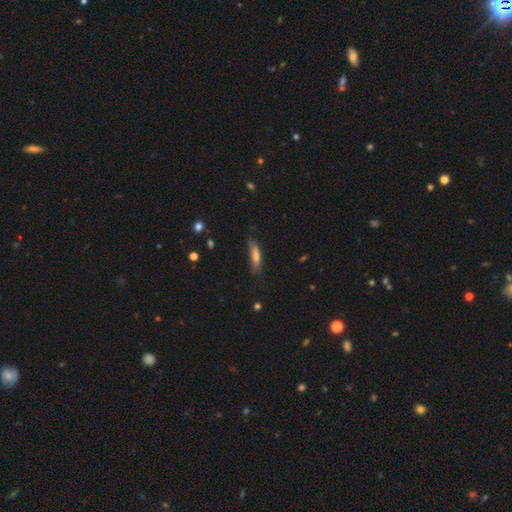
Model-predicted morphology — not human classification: Overall: smooth (65%; featured or disk 26%). How rounded: cigar-shaped (76%). Merging: none (72%).